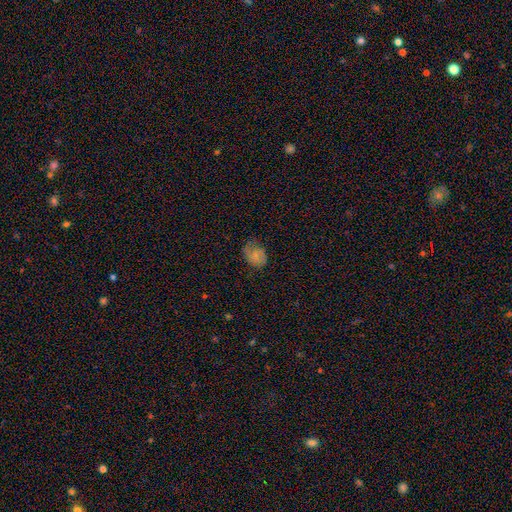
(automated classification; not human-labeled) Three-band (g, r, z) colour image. It shows a smooth galaxy with no disk features (64%) that is in between round and cigar-shaped (58%). Merging: none (50%).